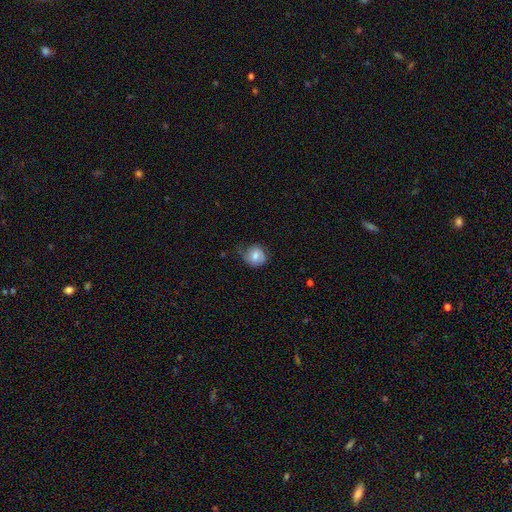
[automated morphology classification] type=smooth (66%); roundness=round (78%); merging=none (55%).